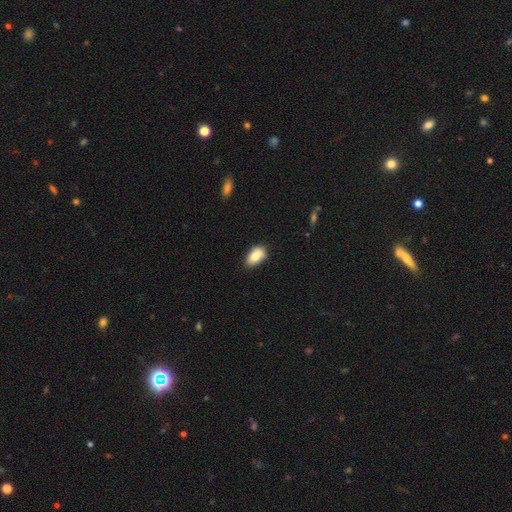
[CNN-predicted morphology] Overall: smooth (83%). How rounded: in between (92%). Merging: none (69%).